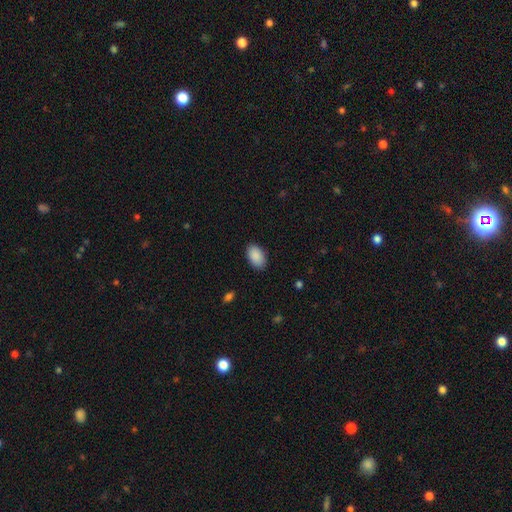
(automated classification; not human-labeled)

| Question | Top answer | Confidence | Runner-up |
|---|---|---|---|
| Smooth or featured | smooth | 90% | star or artifact (7%) |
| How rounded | in between | 93% | round (6%) |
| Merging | none | 87% | minor disturbance (10%) |